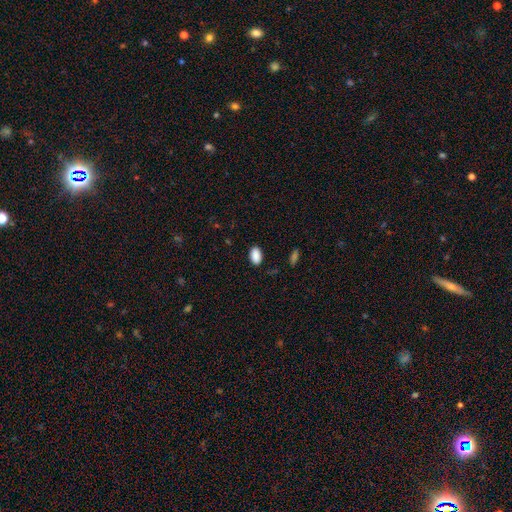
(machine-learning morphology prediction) A smooth galaxy with no disk features (90%) that is in between round and cigar-shaped (91%).

Vote fractions:
- Smooth or featured? smooth: 90% / star or artifact: 7% / featured or disk: 3%
- How rounded? in between: 91% / round: 7% / cigar-shaped: 2%
- Merging? none: 86% / minor disturbance: 10% / major disturbance: 2% / merger: 1%